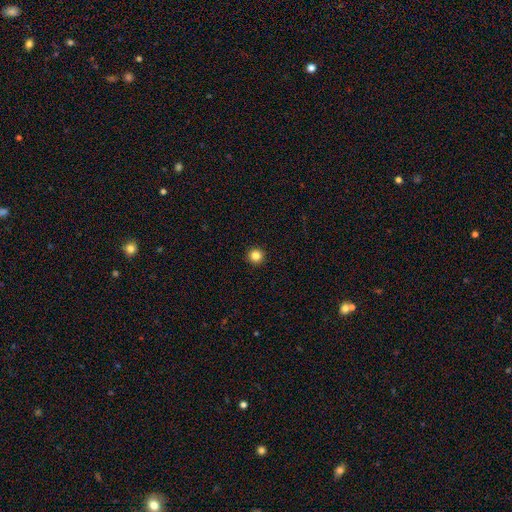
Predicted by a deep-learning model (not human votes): A smooth galaxy with no disk features (84%) that is round (96%). Merging: none (94%).